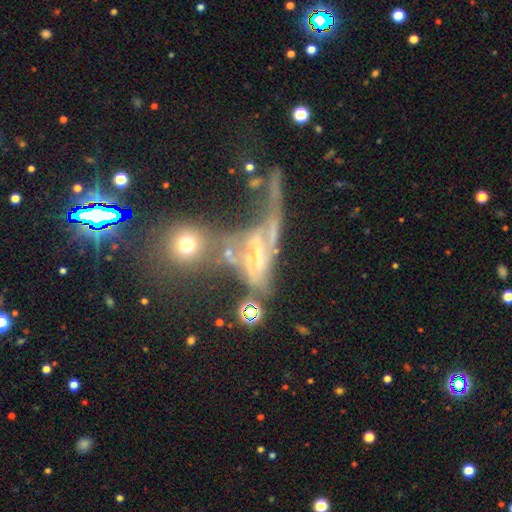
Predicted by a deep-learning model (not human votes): A featured or disk galaxy (60%). Merging: major disturbance (39%).